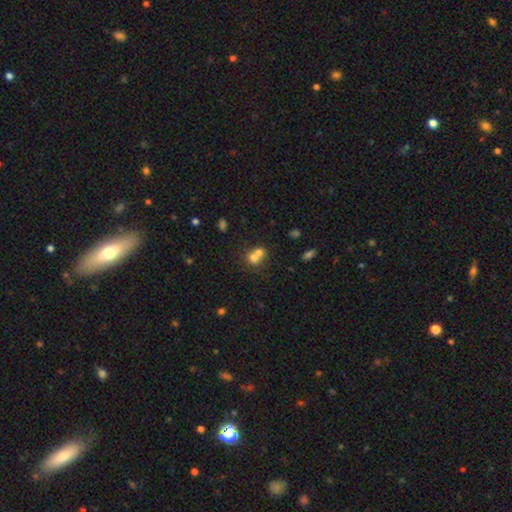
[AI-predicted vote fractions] smooth_or_featured: smooth (p=0.68) [alt: featured or disk p=0.18]
how_rounded: round (p=0.73) [alt: in between p=0.26]
merging: merger (p=0.65) [alt: none p=0.27]